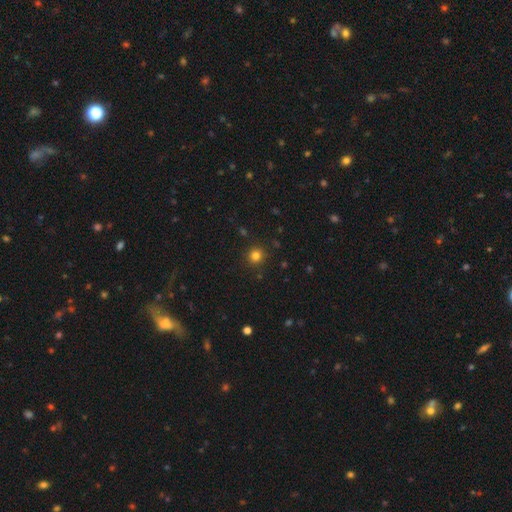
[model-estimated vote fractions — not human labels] This appears to be a smooth galaxy with no disk features (80%) that is round (93%). Merging: none (90%).